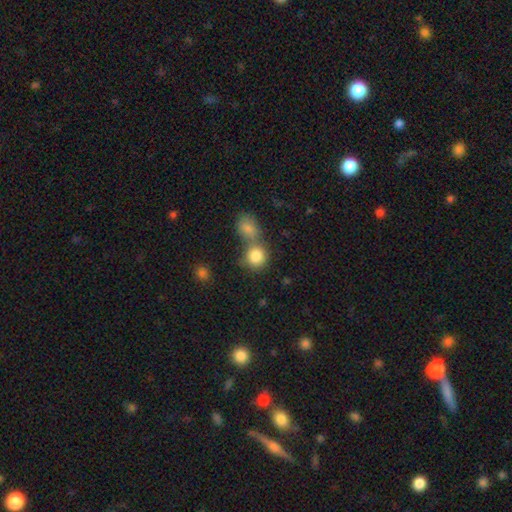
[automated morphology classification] smooth 84%, star or artifact 9%, featured or disk 7%. Down the decision tree: how rounded — round (80%); merging — merger (48%).